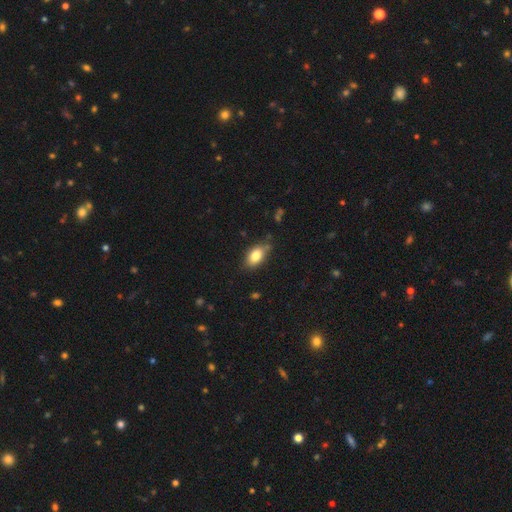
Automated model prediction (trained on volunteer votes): Smooth or featured? Predicted: smooth (p=0.82). How rounded? Predicted: in between (p=0.89). Merging? Predicted: none (p=0.75).